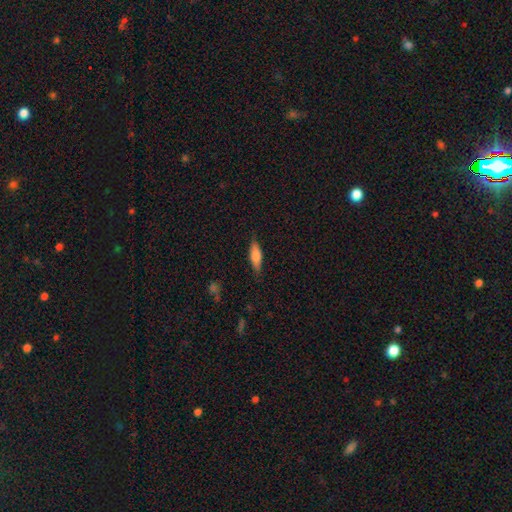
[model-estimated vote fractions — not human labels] Q: Smooth or featured?
A: smooth (72%); runner-up: featured or disk (22%)
Q: How rounded?
A: in between (49%); tied with: cigar-shaped (49%)
Q: Merging?
A: none (84%); runner-up: minor disturbance (13%)